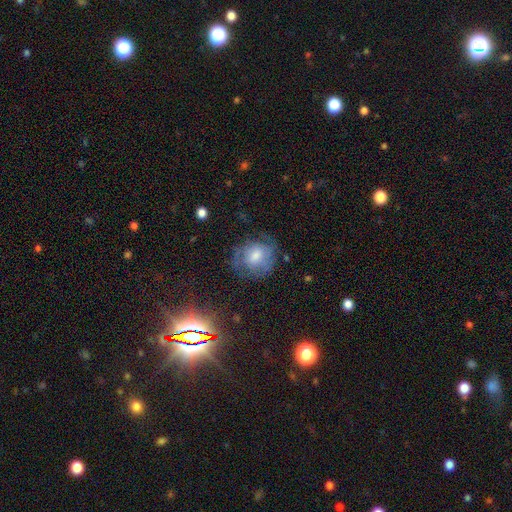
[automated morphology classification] Overall: smooth (50%; featured or disk 41%). Merging: none (55%; minor disturbance 25%).